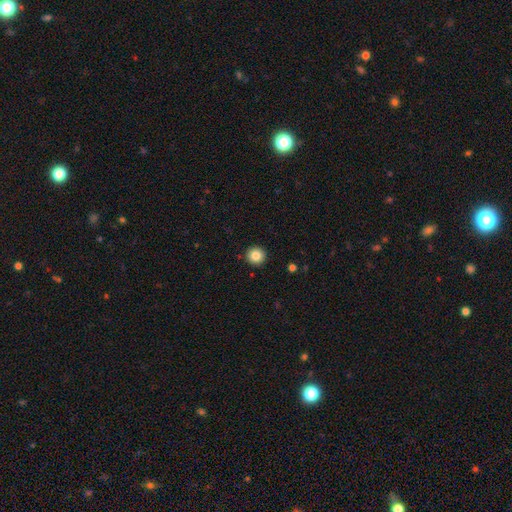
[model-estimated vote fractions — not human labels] This appears to be a smooth galaxy with no disk features (85%) that is round (95%). Merging: none (93%).